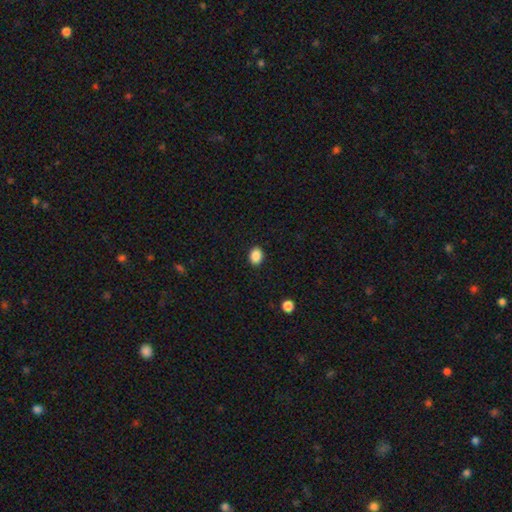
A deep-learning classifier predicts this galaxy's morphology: Q: Smooth or featured?
A: smooth (88%); runner-up: star or artifact (9%)
Q: How rounded?
A: in between (61%); runner-up: round (38%)
Q: Merging?
A: none (90%); runner-up: minor disturbance (7%)